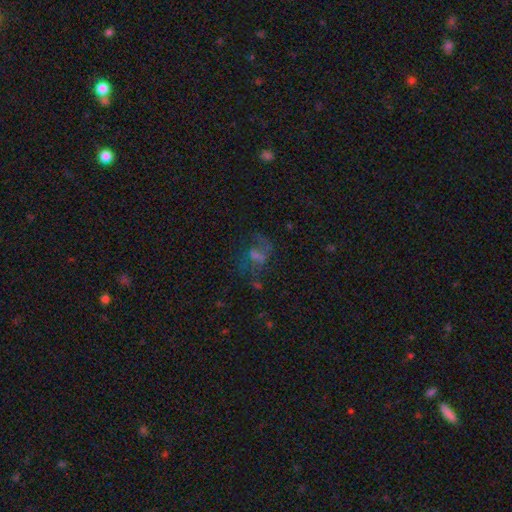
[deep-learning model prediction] A featured or disk galaxy (46%). Merging: none (44%).